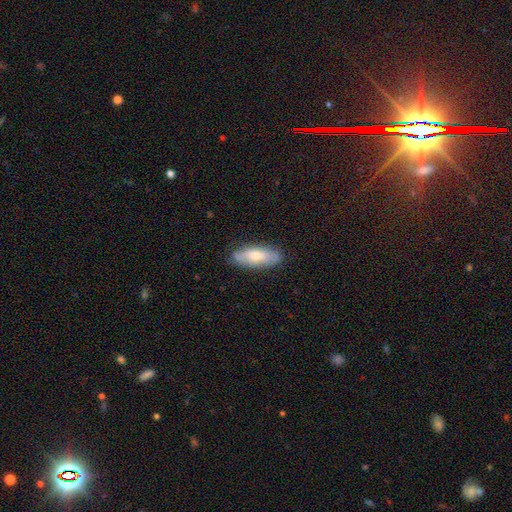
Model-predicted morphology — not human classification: Q: Smooth or featured?
A: smooth (67%); runner-up: featured or disk (27%)
Q: How rounded?
A: in between (67%); runner-up: cigar-shaped (31%)
Q: Merging?
A: none (81%); runner-up: minor disturbance (15%)